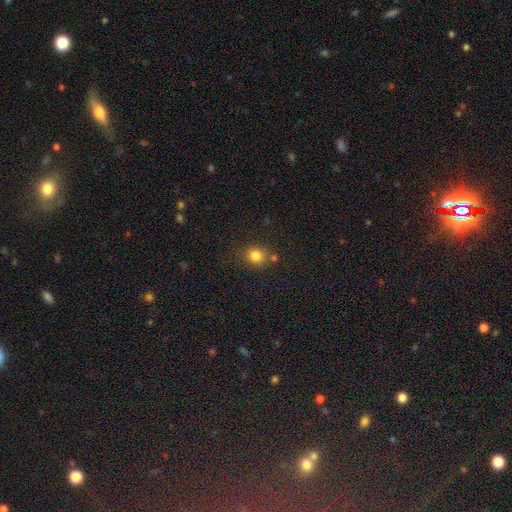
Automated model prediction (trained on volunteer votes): This appears to be a smooth galaxy with no disk features (82%) that is round (80%). Merging: none (74%).